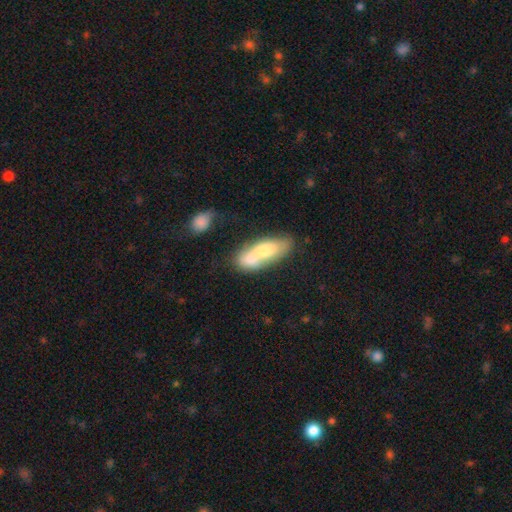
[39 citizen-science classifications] Morphology: type=smooth (72%); roundness=in between (86%); merging=merger (64%).